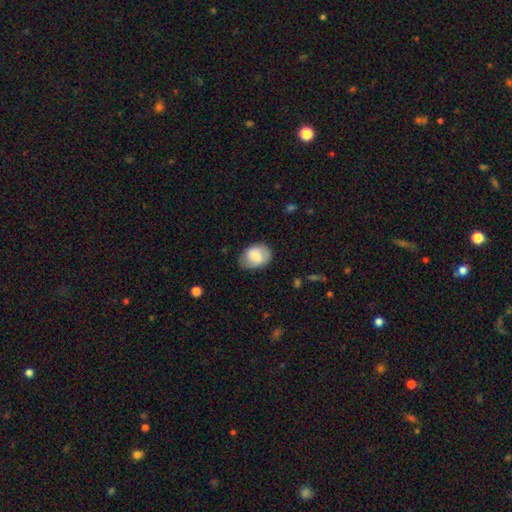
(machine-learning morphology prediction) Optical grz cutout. It shows a smooth galaxy with no disk features (68%) that is in between round and cigar-shaped (68%). Merging: none (70%).